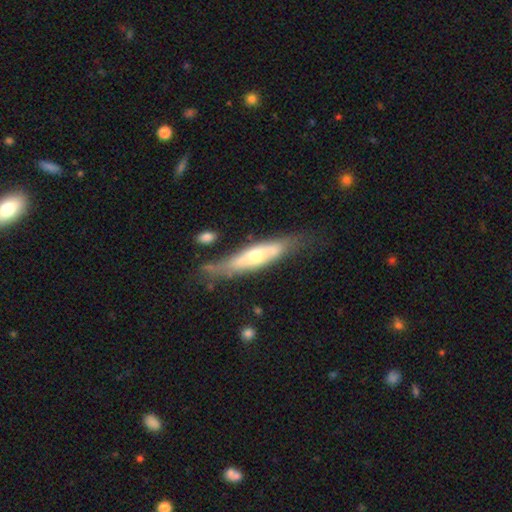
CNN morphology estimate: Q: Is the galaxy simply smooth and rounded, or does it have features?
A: featured or disk — 55%.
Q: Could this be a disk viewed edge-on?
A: yes — 62%.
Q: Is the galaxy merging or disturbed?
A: none — 63%.